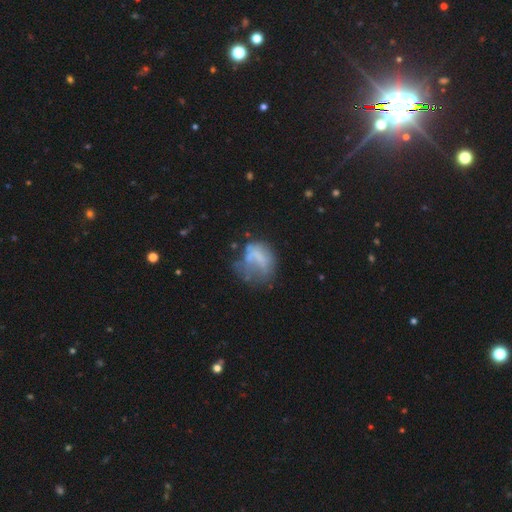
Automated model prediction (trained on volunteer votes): A smooth galaxy with no disk features (48%).

Vote fractions:
- Smooth or featured? smooth: 48% / featured or disk: 39% / star or artifact: 13%
- Merging? major disturbance: 35% / none: 33% / minor disturbance: 25% / merger: 7%